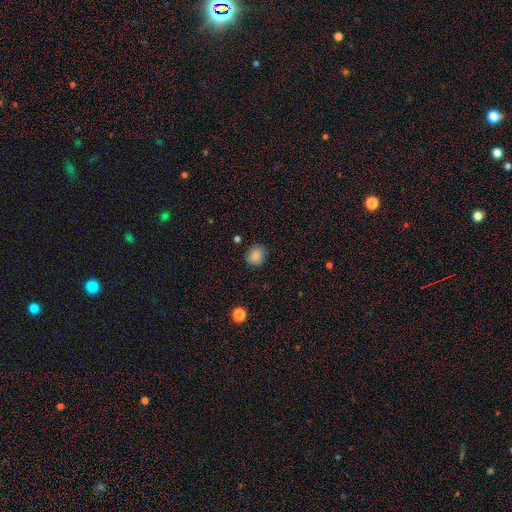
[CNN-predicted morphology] A smooth galaxy with no disk features (87%) that is round (64%). Merging: none (83%).